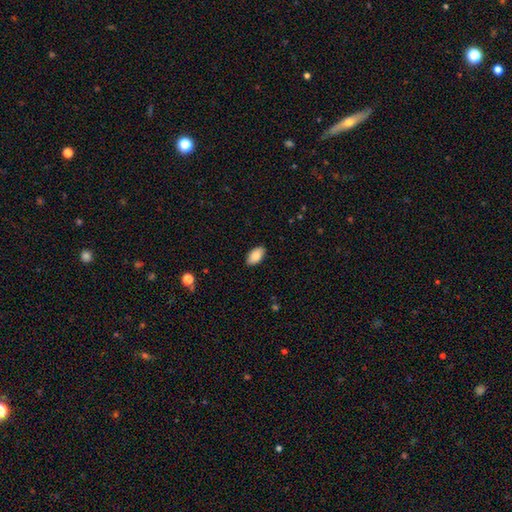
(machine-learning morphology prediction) smooth-or-featured: smooth: 87% | featured or disk: 7% | star or artifact: 6%
  how-rounded: in between: 95% | round: 3% | cigar-shaped: 2%
  merging: none: 88% | minor disturbance: 9% | major disturbance: 2% | merger: 1%